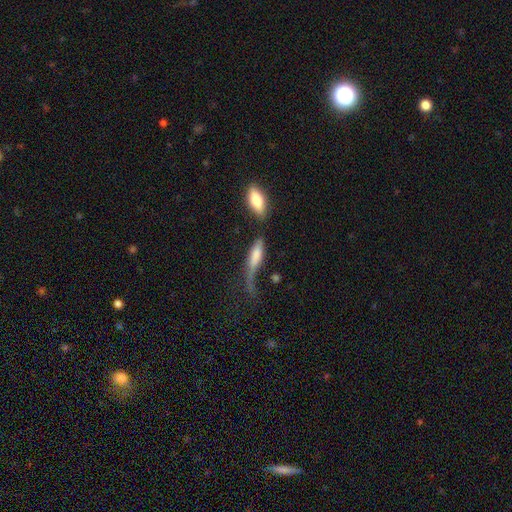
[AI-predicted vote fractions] Smooth or featured? smooth (69%)
How rounded? cigar-shaped (50%)
Merging? major disturbance (32%)